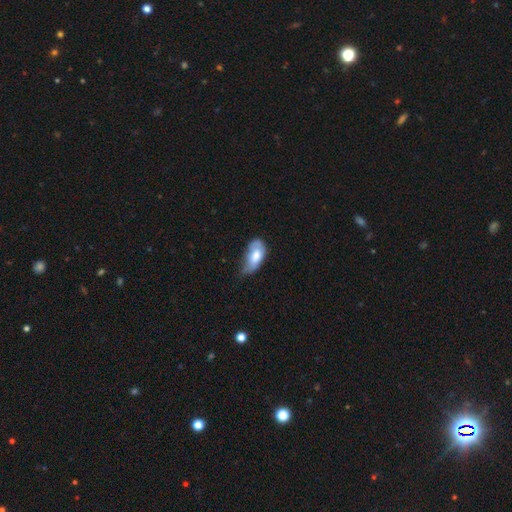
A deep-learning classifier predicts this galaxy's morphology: Q: Smooth or featured?
A: smooth (66%); runner-up: featured or disk (27%)
Q: How rounded?
A: in between (92%); runner-up: round (4%)
Q: Merging?
A: minor disturbance (46%); runner-up: major disturbance (30%)